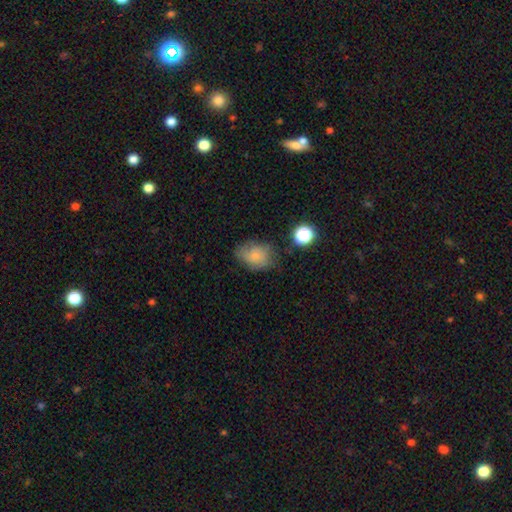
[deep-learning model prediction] Q: Smooth or featured?
A: smooth (72%); runner-up: featured or disk (17%)
Q: How rounded?
A: in between (61%); runner-up: round (38%)
Q: Merging?
A: none (61%); runner-up: minor disturbance (26%)